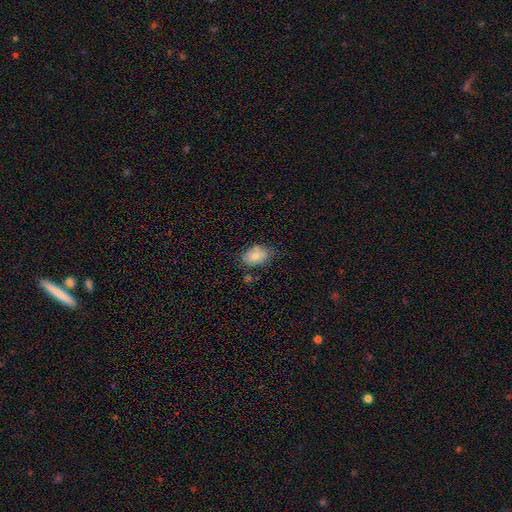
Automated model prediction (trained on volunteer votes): smooth 79%, featured or disk 13%, star or artifact 8%. Down the decision tree: how rounded — in between (84%); merging — none (69%).